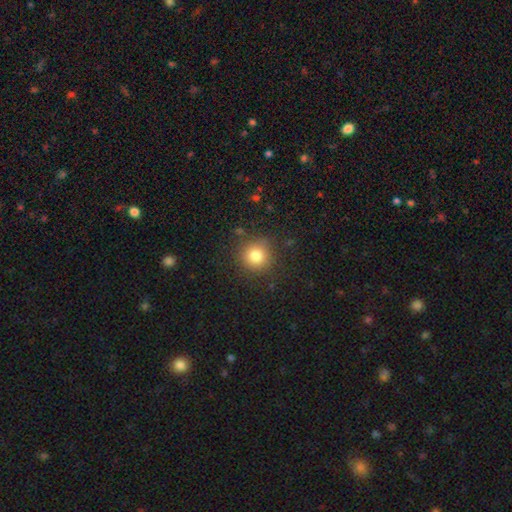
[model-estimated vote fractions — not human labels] Q: Smooth or featured?
A: smooth (82%); runner-up: star or artifact (12%)
Q: How rounded?
A: round (92%); runner-up: in between (7%)
Q: Merging?
A: none (85%); runner-up: minor disturbance (9%)